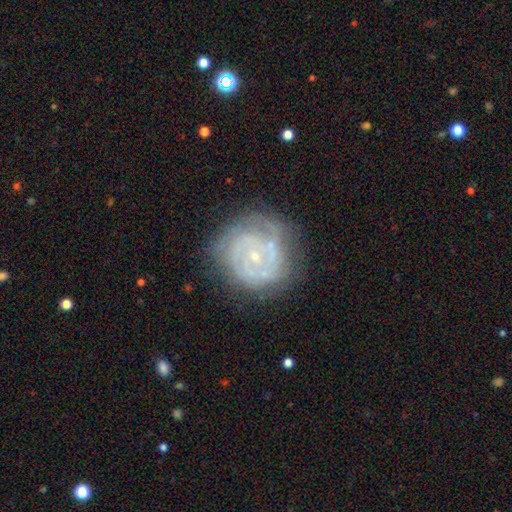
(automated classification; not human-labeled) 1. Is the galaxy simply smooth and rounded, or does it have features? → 80% featured or disk, 13% smooth, 7% star or artifact.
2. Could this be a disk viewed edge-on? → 98% no, 2% yes.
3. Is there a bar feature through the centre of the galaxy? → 78% no, 18% weak, 4% strong.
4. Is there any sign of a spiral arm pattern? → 88% yes, 12% no.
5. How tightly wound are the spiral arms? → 74% tight, 20% medium, 5% loose.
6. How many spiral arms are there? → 35% can't tell, 27% 2, 19% 3, 8% 4, 6% 1, 5% more than 4.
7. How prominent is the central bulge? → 80% small, 15% moderate, 3% none, 1% large, 1% dominant.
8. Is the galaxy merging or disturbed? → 67% none, 21% minor disturbance, 9% major disturbance, 3% merger.